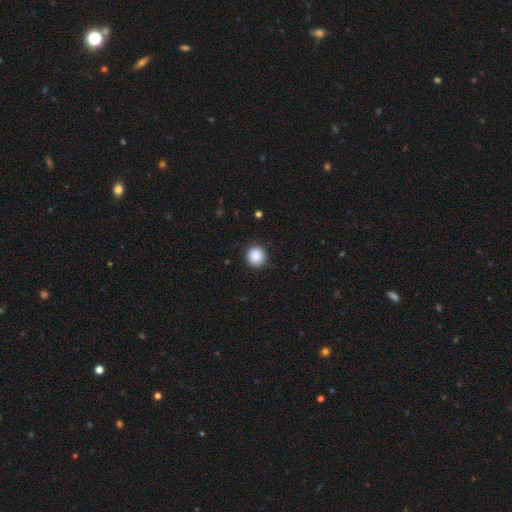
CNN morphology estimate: Q: Smooth or featured?
A: smooth (89%); runner-up: star or artifact (8%)
Q: How rounded?
A: round (93%); runner-up: in between (6%)
Q: Merging?
A: none (88%); runner-up: minor disturbance (9%)